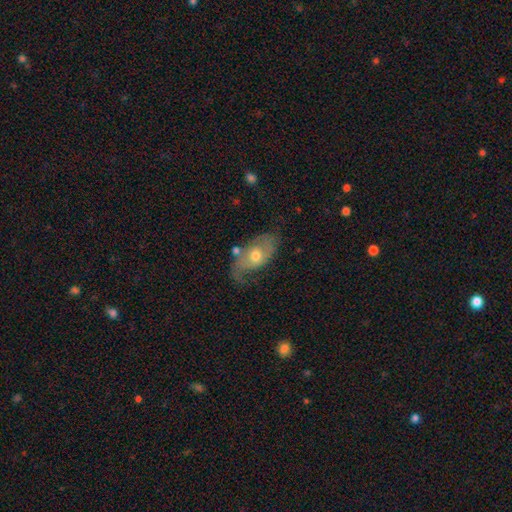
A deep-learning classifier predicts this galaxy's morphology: Smooth or featured: featured or disk — 51% (smooth — 42%)
Edge-on disk: no — 90% (yes — 10%)
Merging: none — 48% (minor disturbance — 28%)